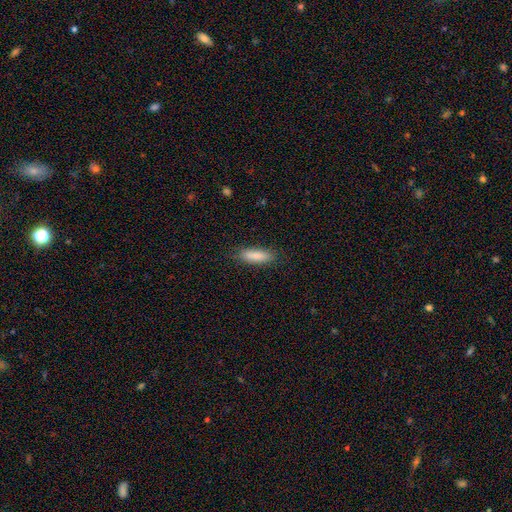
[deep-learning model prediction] Smooth or featured? Predicted: smooth (p=0.86). How rounded? Predicted: cigar-shaped (p=0.59). Merging? Predicted: none (p=0.85).